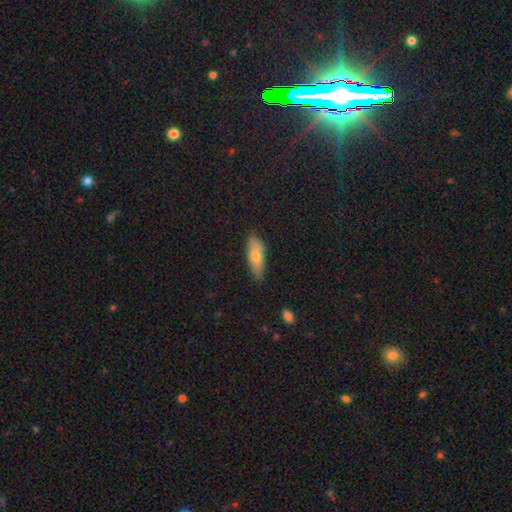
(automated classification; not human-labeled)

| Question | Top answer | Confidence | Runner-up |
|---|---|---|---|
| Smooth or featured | smooth | 72% | featured or disk (21%) |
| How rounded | in between | 61% | cigar-shaped (36%) |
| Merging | none | 80% | minor disturbance (16%) |